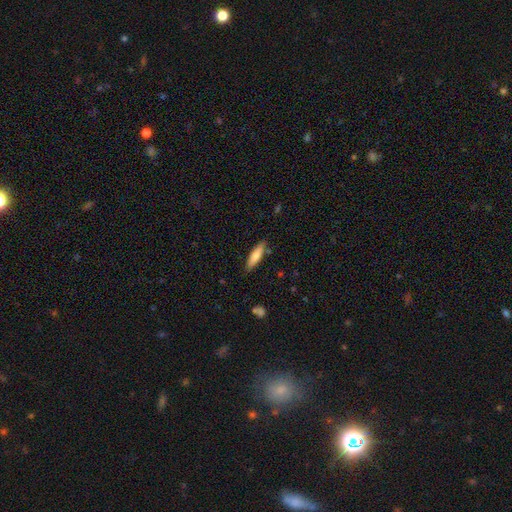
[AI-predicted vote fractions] smooth_or_featured: smooth (p=0.69) [alt: featured or disk p=0.25]
how_rounded: cigar-shaped (p=0.70) [alt: in between p=0.28]
merging: none (p=0.84) [alt: minor disturbance p=0.11]